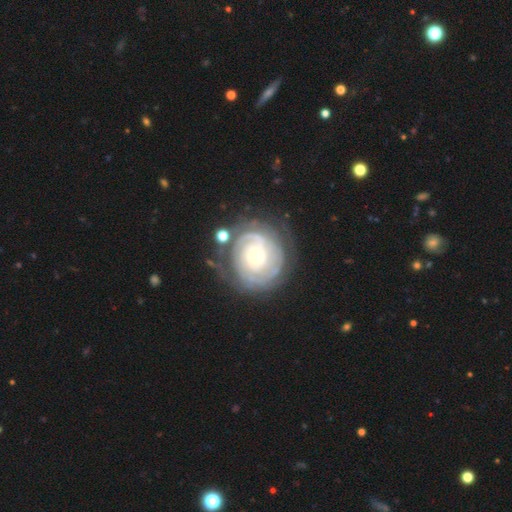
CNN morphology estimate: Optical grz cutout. It shows a featured or disk galaxy (86%) with no bar (71%), tight (81%) spiral arms (96%) and a moderate central bulge (53%). Merging: none (69%).